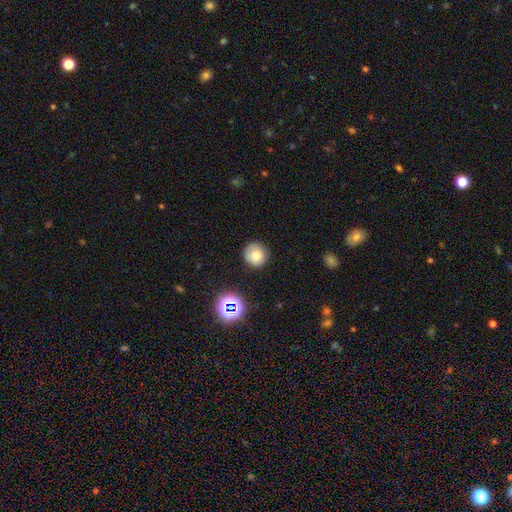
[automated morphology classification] smooth_or_featured: smooth (p=0.77) [alt: star or artifact p=0.13]
how_rounded: round (p=0.92) [alt: in between p=0.07]
merging: none (p=0.83) [alt: minor disturbance p=0.12]